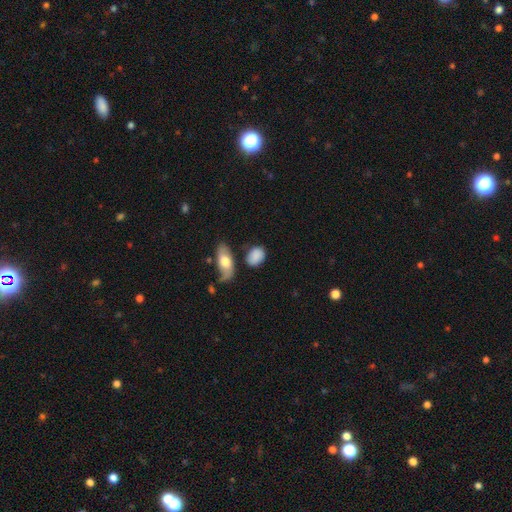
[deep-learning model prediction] smooth 82%, featured or disk 10%, star or artifact 8%. Down the decision tree: how rounded — in between (71%); merging — none (62%).